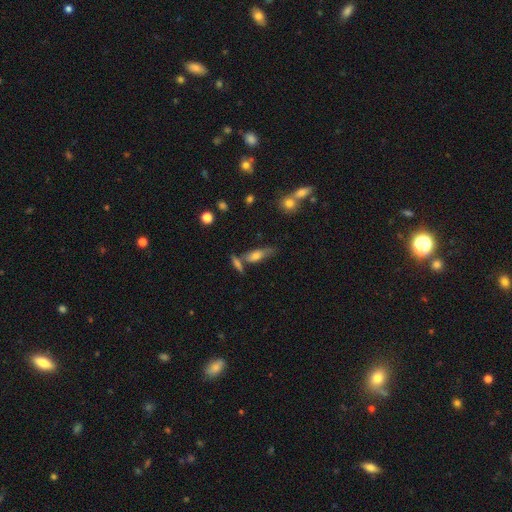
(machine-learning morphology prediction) Smooth or featured? smooth (59%)
How rounded? in between (52%)
Merging? none (51%)